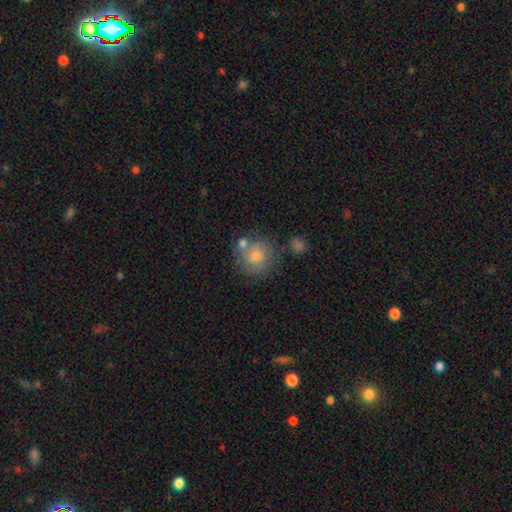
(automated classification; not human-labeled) smooth-or-featured: smooth: 69% | featured or disk: 23% | star or artifact: 8%
  how-rounded: round: 89% | in between: 10% | cigar-shaped: 1%
  merging: none: 61% | merger: 17% | minor disturbance: 16% | major disturbance: 6%